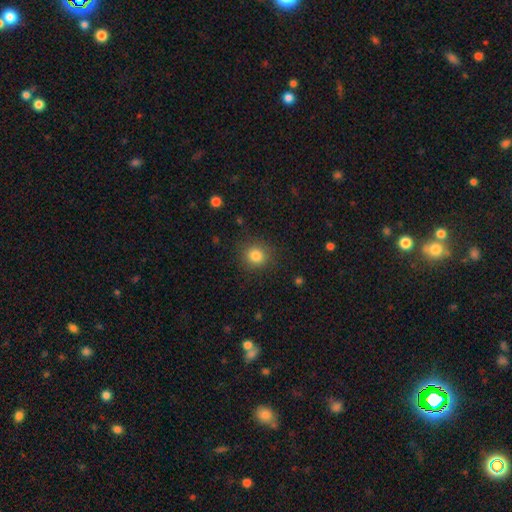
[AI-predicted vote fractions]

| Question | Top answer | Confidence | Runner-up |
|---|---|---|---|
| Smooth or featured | smooth | 82% | star or artifact (12%) |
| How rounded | round | 87% | in between (12%) |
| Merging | none | 88% | minor disturbance (8%) |